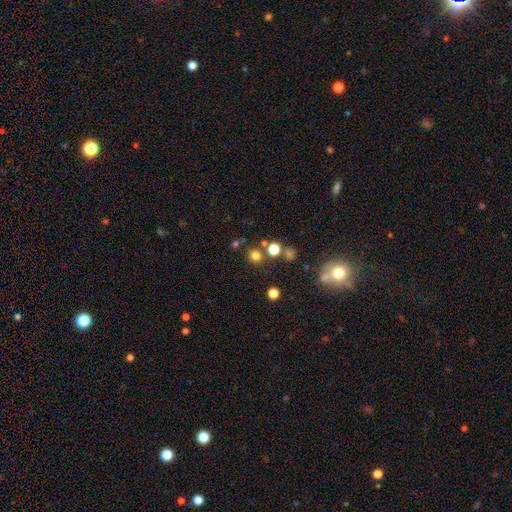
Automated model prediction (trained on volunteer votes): Morphology: type=smooth (74%); roundness=round (88%); merging=none (79%).